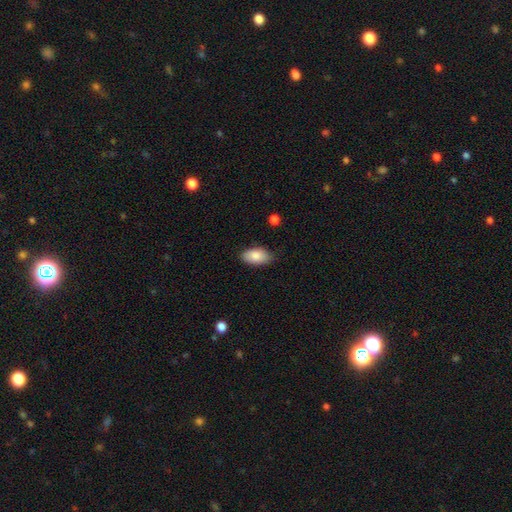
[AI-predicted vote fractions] A smooth galaxy with no disk features (86%) that is in between round and cigar-shaped (94%).

Vote fractions:
- Smooth or featured? smooth: 86% / featured or disk: 7% / star or artifact: 7%
- How rounded? in between: 94% / round: 4% / cigar-shaped: 2%
- Merging? none: 82% / minor disturbance: 14% / major disturbance: 3% / merger: 1%